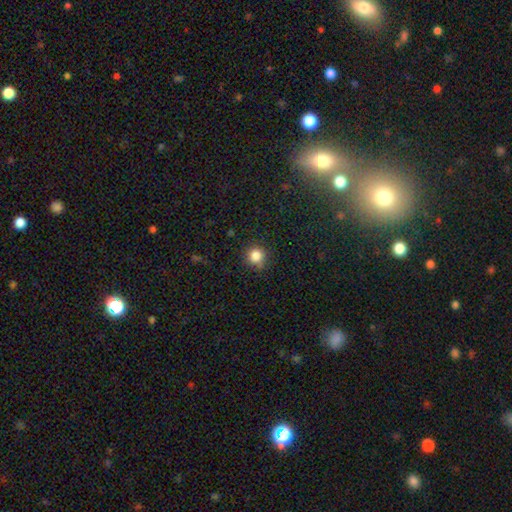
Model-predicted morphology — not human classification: Q: Smooth or featured?
A: smooth (84%); runner-up: star or artifact (12%)
Q: How rounded?
A: round (92%); runner-up: in between (7%)
Q: Merging?
A: none (85%); runner-up: minor disturbance (11%)